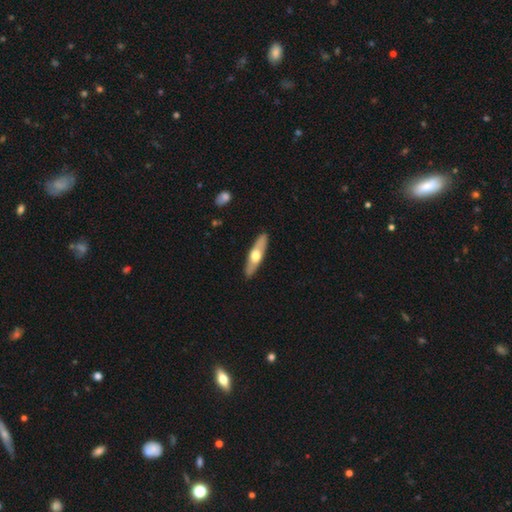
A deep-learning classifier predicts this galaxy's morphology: type=featured or disk (48%); merging=none (90%).